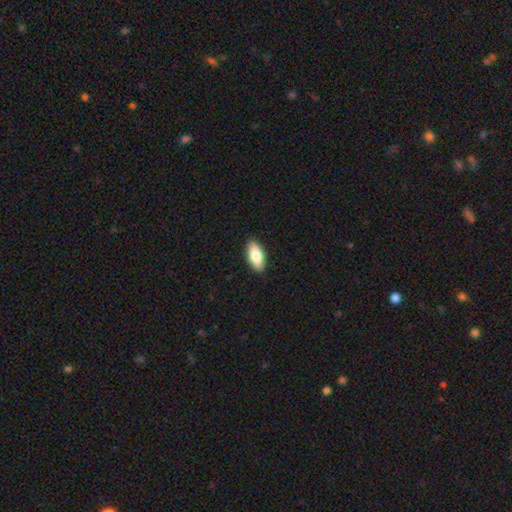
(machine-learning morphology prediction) Smooth or featured?
  - smooth: 81% *
  - featured or disk: 13%
  - star or artifact: 6%
How rounded?
  - in between: 87% *
  - cigar-shaped: 11%
  - round: 2%
Merging?
  - none: 91% *
  - minor disturbance: 7%
  - major disturbance: 2%
  - merger: 1%